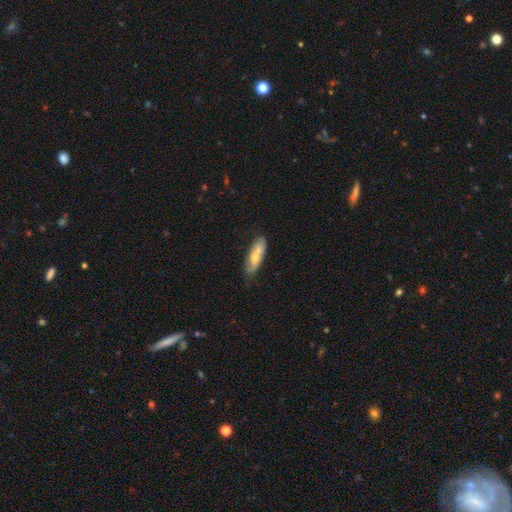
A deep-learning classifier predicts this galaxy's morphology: Smooth or featured? smooth (61%)
How rounded? in between (59%)
Merging? none (56%)